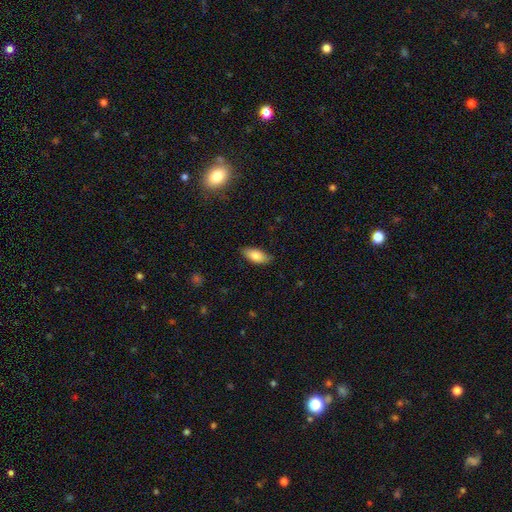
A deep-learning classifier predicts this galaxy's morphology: Q: Smooth or featured?
A: smooth (80%); runner-up: featured or disk (14%)
Q: How rounded?
A: in between (87%); runner-up: cigar-shaped (11%)
Q: Merging?
A: none (83%); runner-up: minor disturbance (13%)